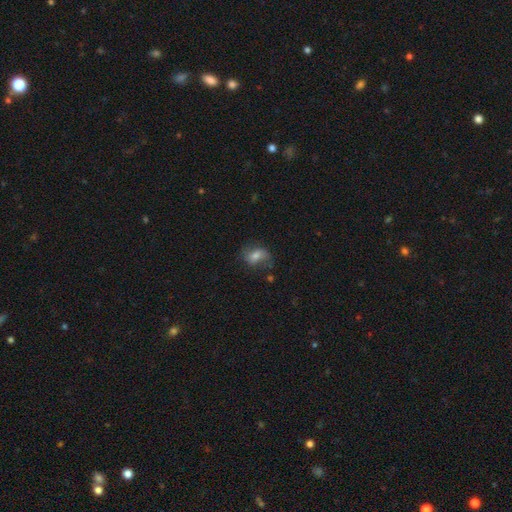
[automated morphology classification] This appears to be a smooth galaxy with no disk features (61%) that is in between round and cigar-shaped (73%). Merging: none (61%).